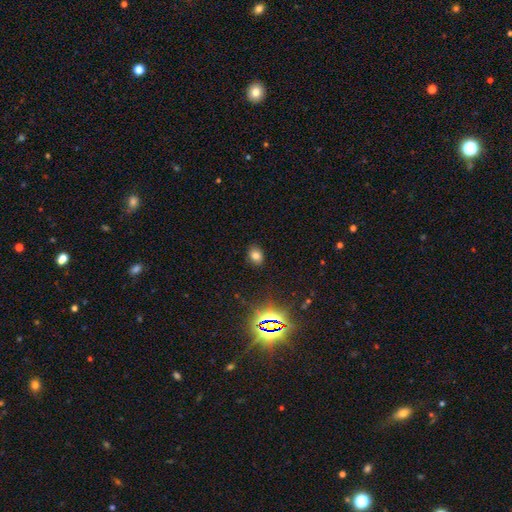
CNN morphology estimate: This is likely a smooth galaxy (73%). How rounded: likely in between (67%). Merging: clearly none (86%).